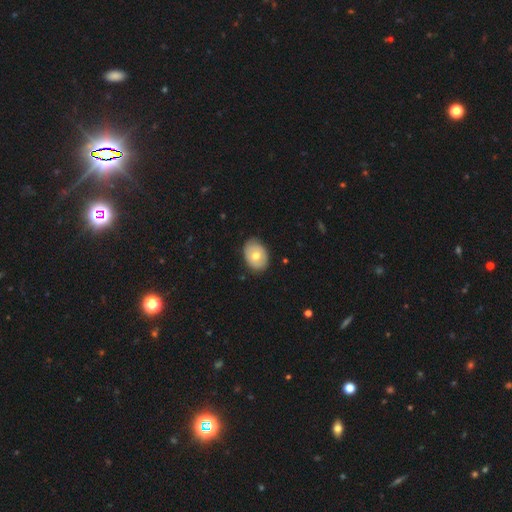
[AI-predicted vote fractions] smooth_or_featured: smooth (p=0.60) [alt: featured or disk p=0.34]
how_rounded: in between (p=0.71) [alt: round p=0.28]
merging: none (p=0.82) [alt: minor disturbance p=0.14]